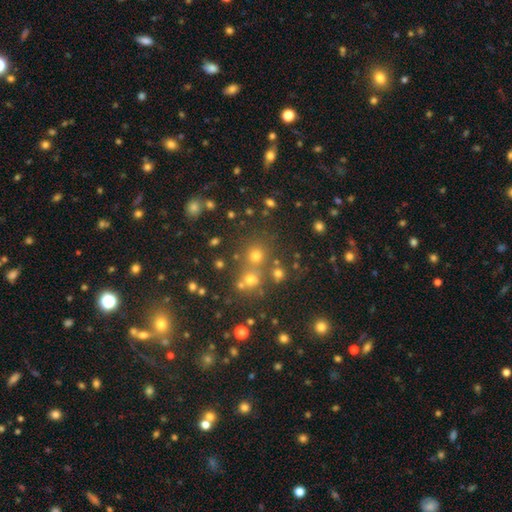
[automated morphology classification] Smooth or featured? Predicted: smooth (p=0.69). How rounded? Predicted: round (p=0.89). Merging? Predicted: none (p=0.65).